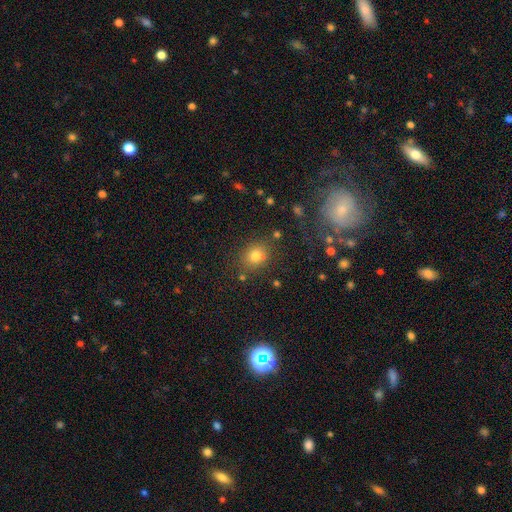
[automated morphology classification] This is likely a smooth galaxy (75%). How rounded: likely round (62%). Merging: likely none (75%).